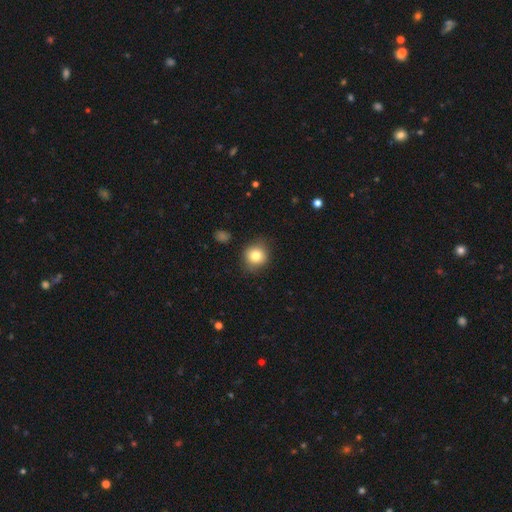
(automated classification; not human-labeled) Smooth or featured: smooth — 81% (star or artifact — 11%)
How rounded: round — 88% (in between — 11%)
Merging: none — 84% (minor disturbance — 11%)